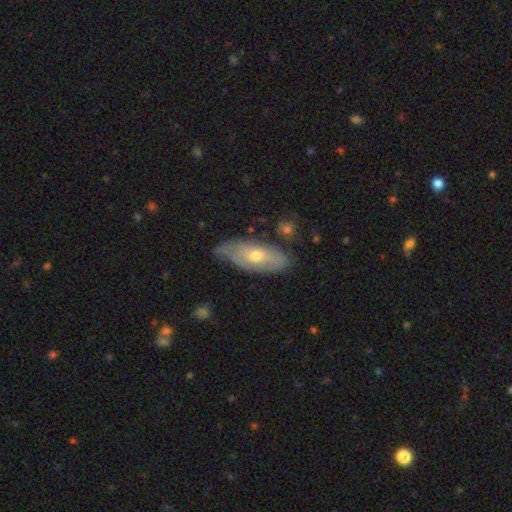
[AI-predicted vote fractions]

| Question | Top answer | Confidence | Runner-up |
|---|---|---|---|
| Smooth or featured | featured or disk | 49% | smooth (44%) |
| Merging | none | 61% | minor disturbance (30%) |